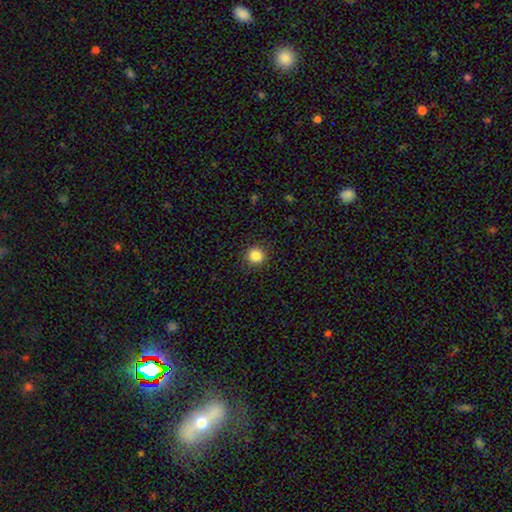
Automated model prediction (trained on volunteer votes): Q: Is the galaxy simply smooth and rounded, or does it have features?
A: smooth — 85%.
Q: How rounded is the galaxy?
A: round — 93%.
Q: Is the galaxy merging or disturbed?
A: none — 91%.